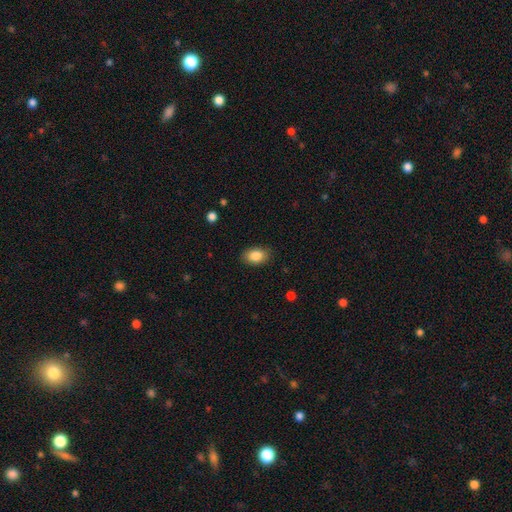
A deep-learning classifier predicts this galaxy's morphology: This appears to be a smooth galaxy with no disk features (86%) that is in between round and cigar-shaped (87%). Merging: none (86%).